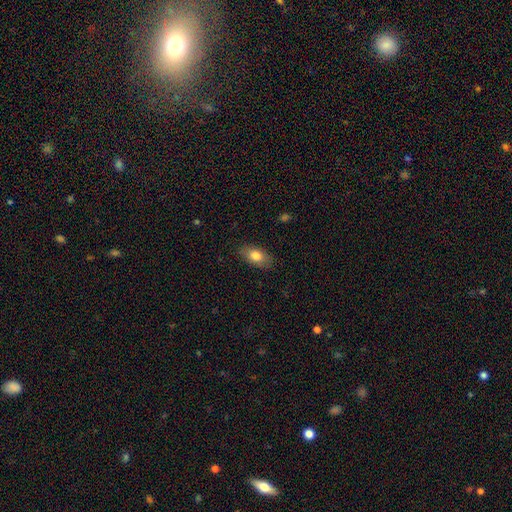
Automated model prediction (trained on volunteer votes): Q: Smooth or featured?
A: smooth (82%); runner-up: featured or disk (11%)
Q: How rounded?
A: in between (90%); runner-up: round (6%)
Q: Merging?
A: none (85%); runner-up: minor disturbance (11%)